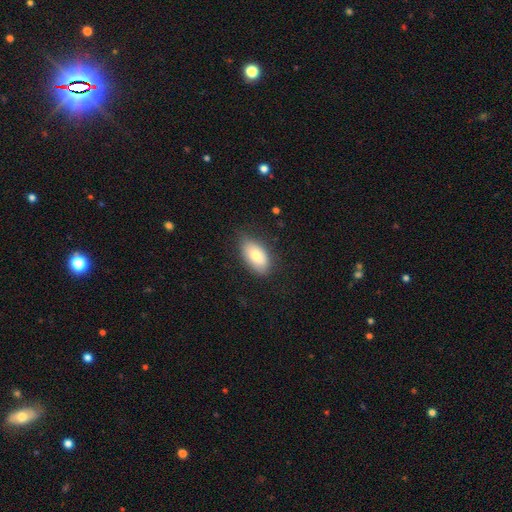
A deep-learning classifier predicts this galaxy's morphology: This appears to be a smooth galaxy with no disk features (76%) that is in between round and cigar-shaped (93%). Merging: none (76%).